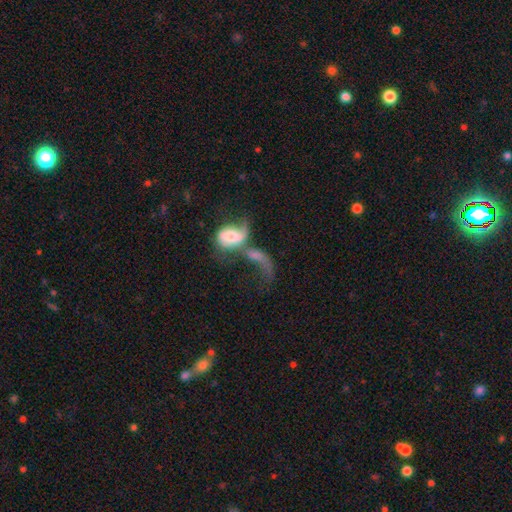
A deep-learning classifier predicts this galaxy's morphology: This is possibly a featured or disk galaxy (55%). It is clearly not viewed edge-on (95%). Bar: likely no (63%). Spiral arm pattern: likely yes (68%). Central bulge: marginally moderate (42%). Merging: likely merger (62%).